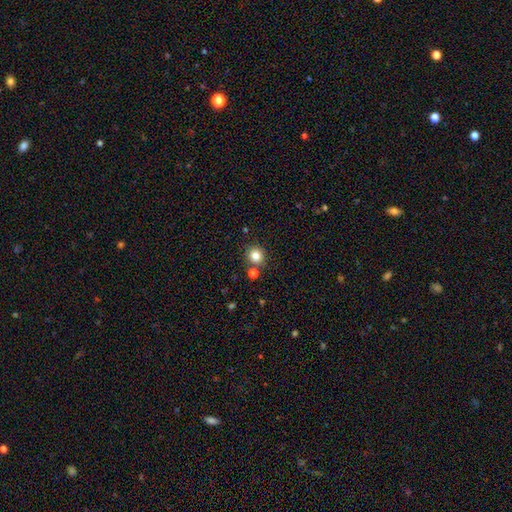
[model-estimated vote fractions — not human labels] Morphology: type=smooth (82%); roundness=round (89%); merging=none (79%).